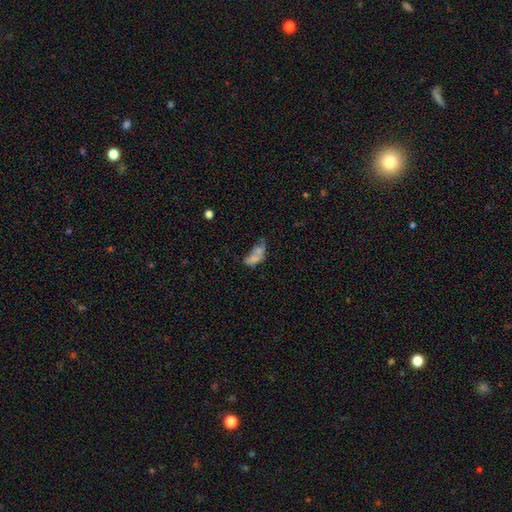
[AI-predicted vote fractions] Morphology: type=smooth (54%); roundness=in between (85%); merging=merger (41%).